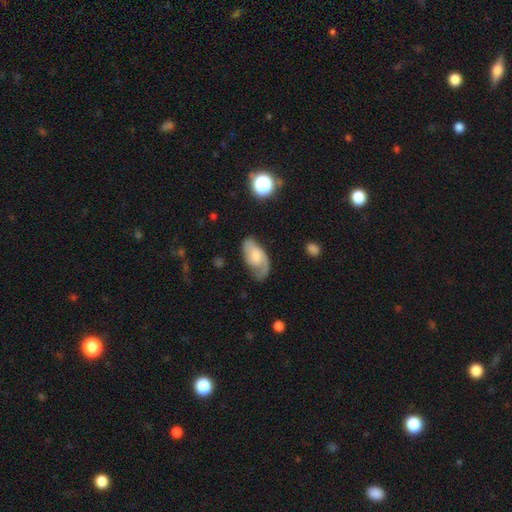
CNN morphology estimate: A featured or disk galaxy (65%) with no bar (52%), 2 (64%) medium (46%) spiral arms (91%) and a moderate central bulge (42%).

Vote fractions:
- Smooth or featured? featured or disk: 65% / smooth: 28% / star or artifact: 7%
- Edge-on disk? no: 95% / yes: 5%
- Bar? no: 52% / weak: 41% / strong: 7%
- Spiral arms? yes: 91% / no: 9%
- Spiral winding? medium: 46% / loose: 27% / tight: 27%
- Spiral arm count? 2: 64% / 1: 22% / can't tell: 10% / 3: 2% / 4: 1% / more than 4: 1%
- Bulge size? moderate: 42% / small: 37% / none: 11% / large: 9% / dominant: 2%
- Merging? none: 57% / minor disturbance: 27% / major disturbance: 14% / merger: 2%